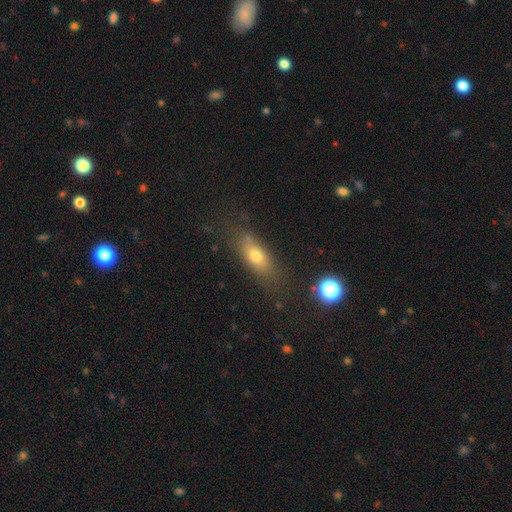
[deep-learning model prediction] Smooth or featured: smooth — 69% (featured or disk — 20%)
How rounded: in between — 69% (cigar-shaped — 23%)
Merging: none — 69% (minor disturbance — 19%)